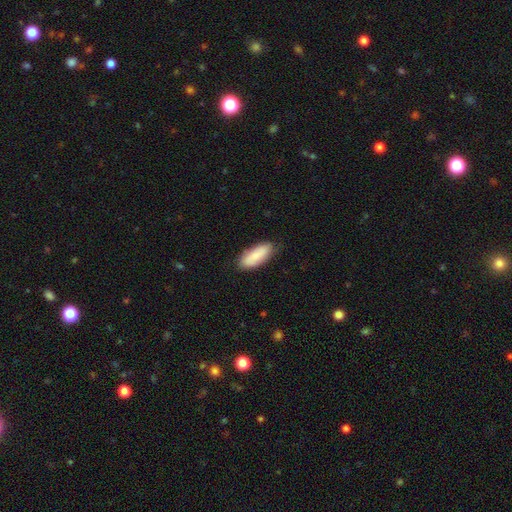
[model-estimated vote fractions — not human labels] Overall: smooth (80%). How rounded: in between (76%). Merging: none (80%).